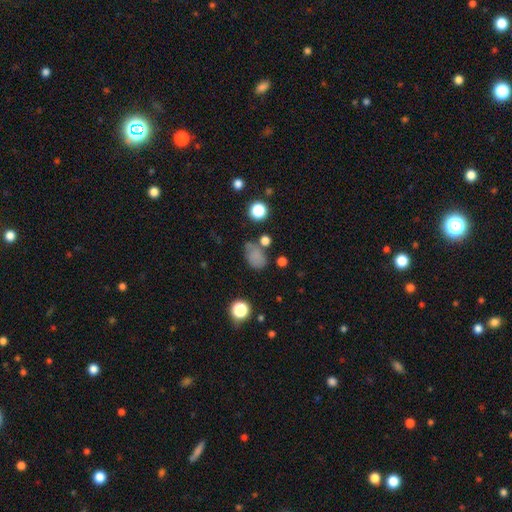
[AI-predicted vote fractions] Overall: smooth (73%). How rounded: in between (75%). Merging: none (51%; minor disturbance 26%).